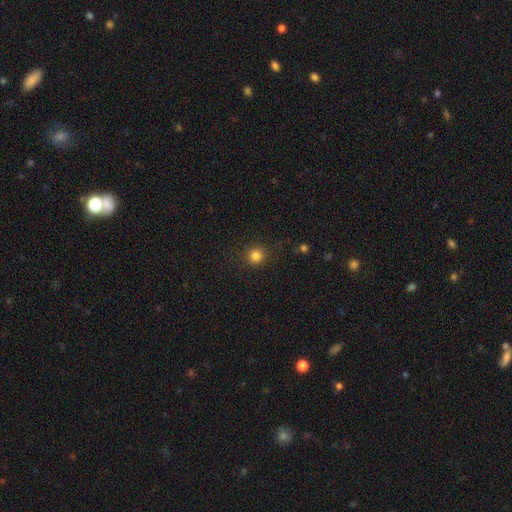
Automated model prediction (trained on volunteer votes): Morphology: type=smooth (82%); roundness=round (92%); merging=none (88%).